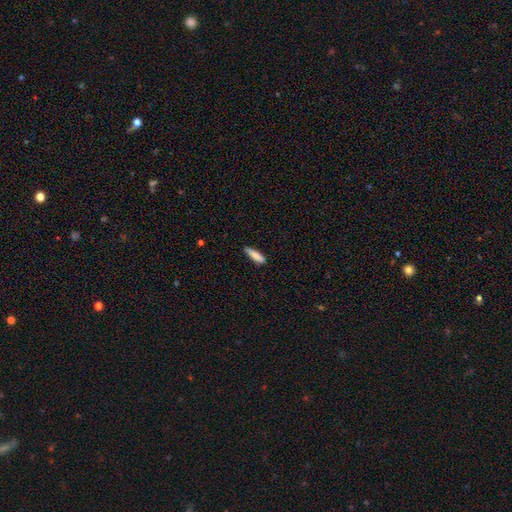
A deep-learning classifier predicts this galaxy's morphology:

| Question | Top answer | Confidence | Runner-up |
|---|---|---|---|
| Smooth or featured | smooth | 85% | featured or disk (9%) |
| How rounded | cigar-shaped | 71% | in between (28%) |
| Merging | none | 83% | minor disturbance (13%) |